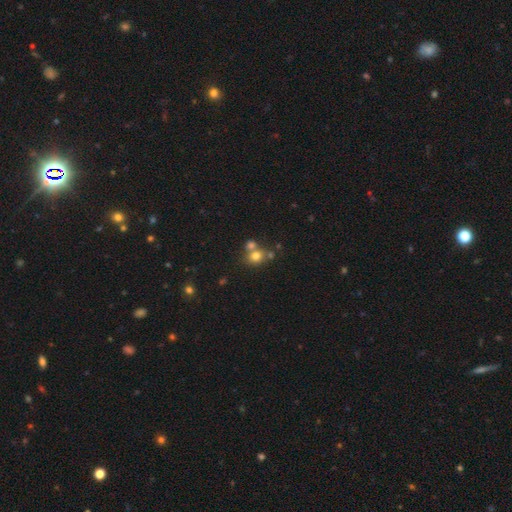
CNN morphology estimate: smooth 74%, star or artifact 14%, featured or disk 12%. Down the decision tree: how rounded — round (72%); merging — none (47%).